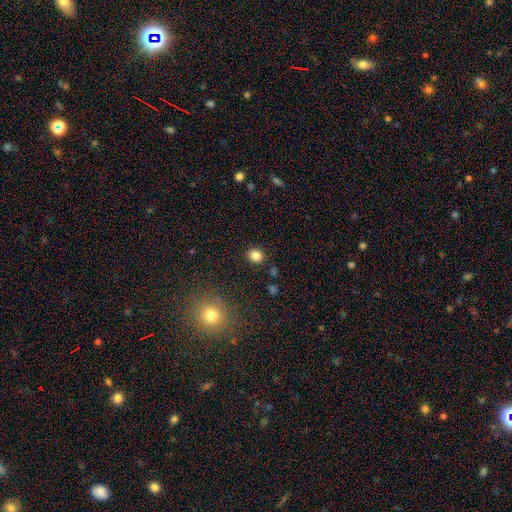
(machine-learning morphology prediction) This appears to be a smooth galaxy with no disk features (84%) that is round (65%). Merging: none (88%).